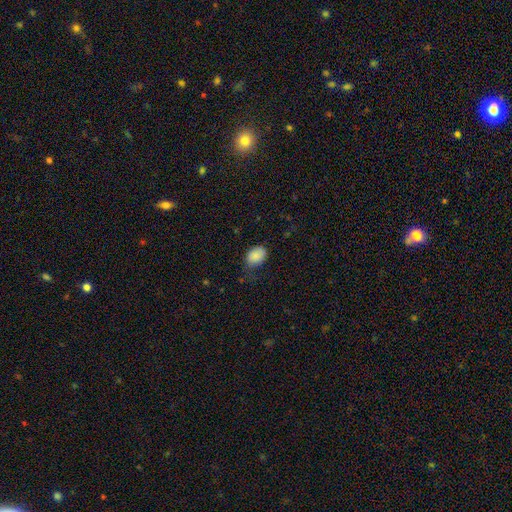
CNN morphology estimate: smooth_or_featured: smooth (p=0.87) [alt: star or artifact p=0.08]
how_rounded: in between (p=0.76) [alt: round p=0.23]
merging: none (p=0.54) [alt: minor disturbance p=0.34]